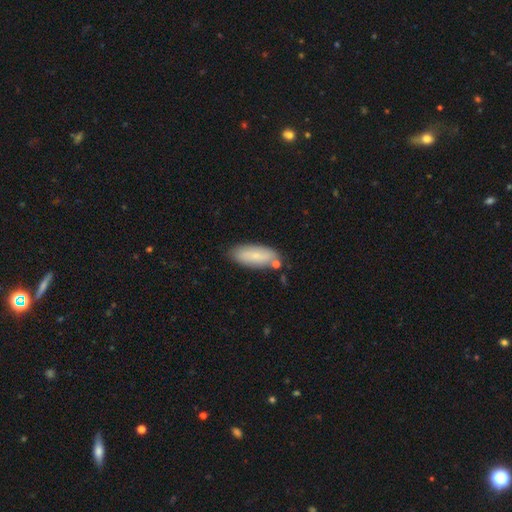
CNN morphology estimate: Smooth or featured? smooth (75%)
How rounded? in between (76%)
Merging? none (77%)